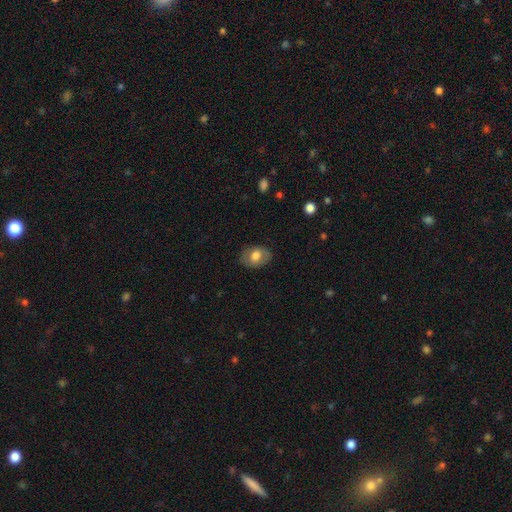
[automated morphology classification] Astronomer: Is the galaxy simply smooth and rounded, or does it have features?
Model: smooth — 68%.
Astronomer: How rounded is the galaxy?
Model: in between — 71%.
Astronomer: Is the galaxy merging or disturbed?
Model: none — 80%.